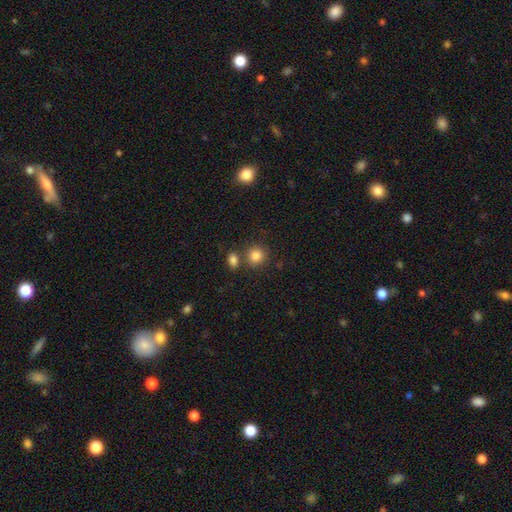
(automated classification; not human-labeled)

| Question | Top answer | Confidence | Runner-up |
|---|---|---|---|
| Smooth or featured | smooth | 84% | star or artifact (10%) |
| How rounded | round | 83% | in between (16%) |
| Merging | none | 69% | merger (19%) |